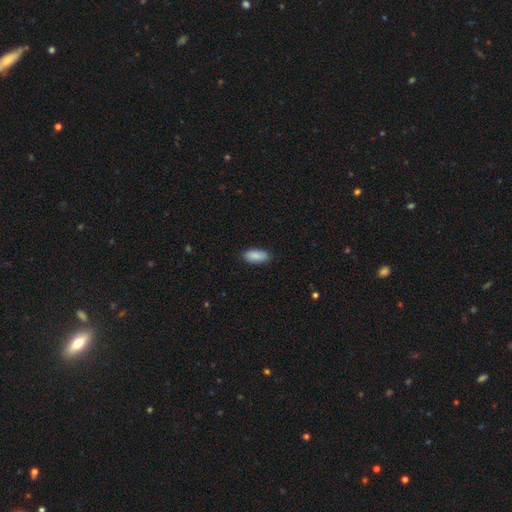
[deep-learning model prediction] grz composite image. It shows a smooth galaxy with no disk features (89%) that is in between round and cigar-shaped (90%). Merging: none (87%).